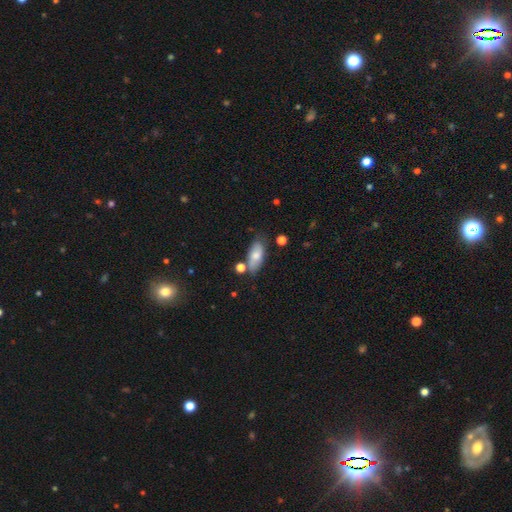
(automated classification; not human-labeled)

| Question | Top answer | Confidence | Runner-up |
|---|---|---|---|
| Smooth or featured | smooth | 72% | featured or disk (20%) |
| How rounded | in between | 86% | cigar-shaped (11%) |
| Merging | none | 68% | minor disturbance (20%) |